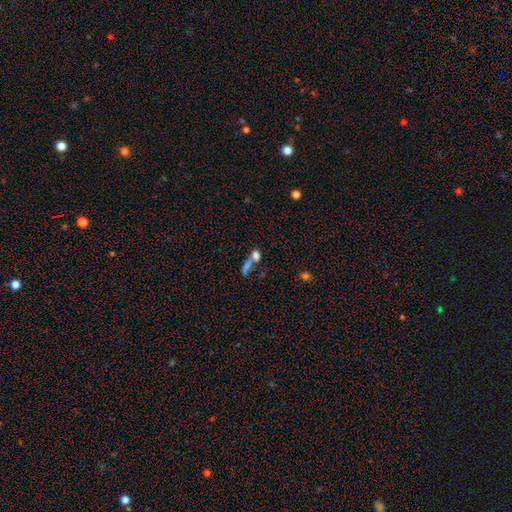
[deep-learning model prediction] smooth_or_featured: smooth (p=0.65) [alt: star or artifact p=0.20]
how_rounded: in between (p=0.46) [alt: round p=0.32]
merging: merger (p=0.46) [alt: none p=0.36]